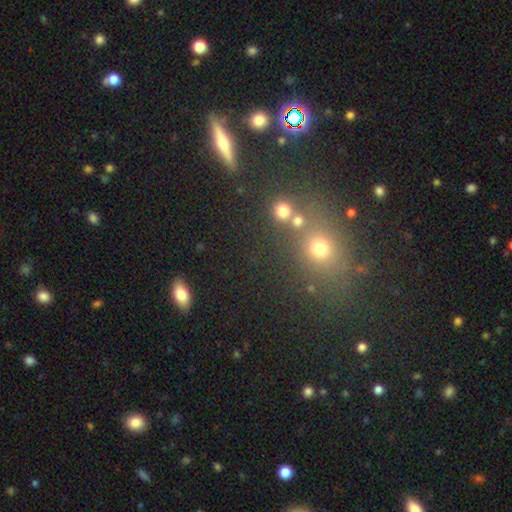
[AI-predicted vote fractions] smooth-or-featured: smooth: 48% | star or artifact: 36% | featured or disk: 16%
  merging: none: 69% | merger: 17% | minor disturbance: 10% | major disturbance: 5%